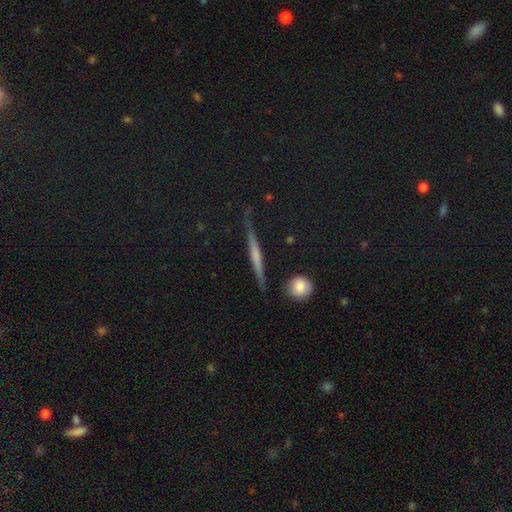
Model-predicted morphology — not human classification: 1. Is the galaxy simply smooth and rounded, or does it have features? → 52% featured or disk, 36% smooth, 12% star or artifact.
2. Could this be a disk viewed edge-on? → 94% yes, 6% no.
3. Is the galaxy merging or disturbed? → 81% none, 13% minor disturbance, 3% major disturbance, 3% merger.